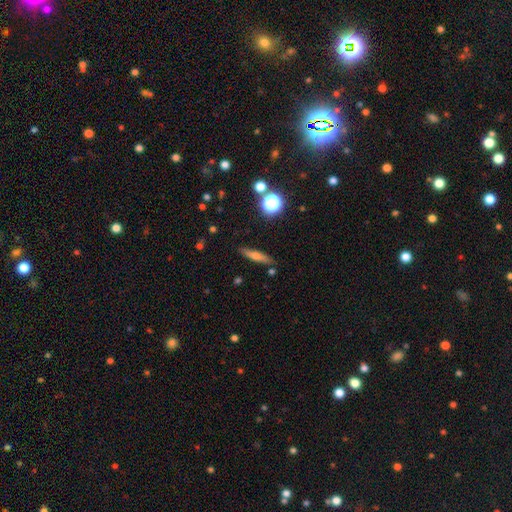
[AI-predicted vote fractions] A smooth galaxy with no disk features (55%) that is cigar-shaped (78%).

Vote fractions:
- Smooth or featured? smooth: 55% / featured or disk: 34% / star or artifact: 10%
- How rounded? cigar-shaped: 78% / in between: 17% / round: 5%
- Merging? none: 86% / minor disturbance: 10% / merger: 2% / major disturbance: 2%